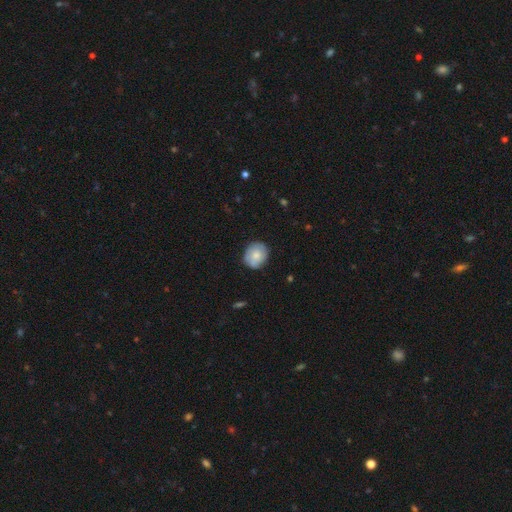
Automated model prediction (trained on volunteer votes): The model was most divided on "how rounded": round: 69%, in between: 30%, cigar-shaped: 1%. More confident: merging — none (78%); smooth or featured — smooth (68%).